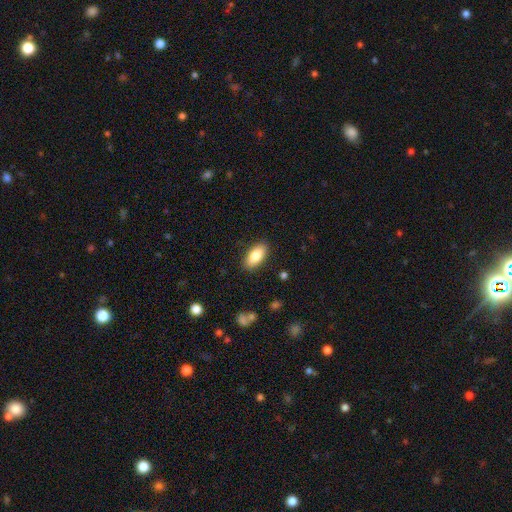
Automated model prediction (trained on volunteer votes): A smooth galaxy with no disk features (82%) that is in between round and cigar-shaped (88%).

Vote fractions:
- Smooth or featured? smooth: 82% / featured or disk: 11% / star or artifact: 7%
- How rounded? in between: 88% / cigar-shaped: 9% / round: 3%
- Merging? none: 88% / minor disturbance: 9% / major disturbance: 2% / merger: 1%